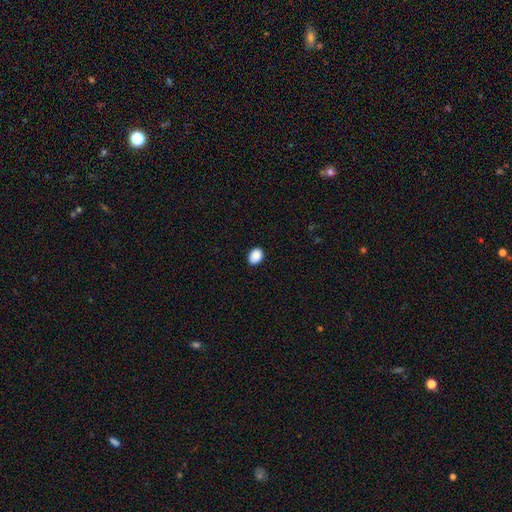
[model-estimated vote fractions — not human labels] This is clearly a smooth galaxy (89%). How rounded: likely in between (66%). Merging: clearly none (87%).